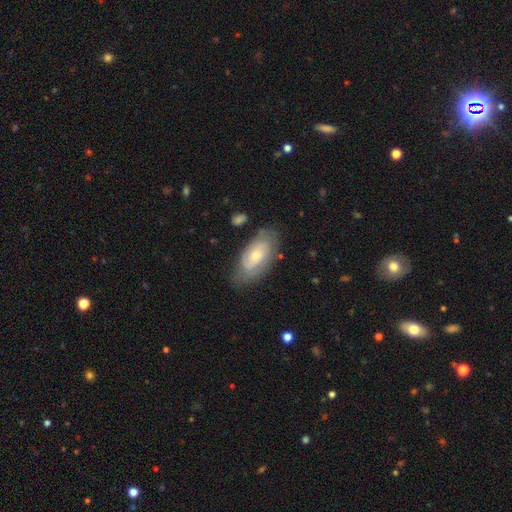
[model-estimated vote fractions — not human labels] Smooth or featured? Predicted: featured or disk (p=0.57). Edge-on disk? Predicted: no (p=0.92). Bar? Predicted: no (p=0.66). Spiral arms? Predicted: yes (p=0.78). Bulge size? Predicted: small (p=0.49). Merging? Predicted: none (p=0.71).